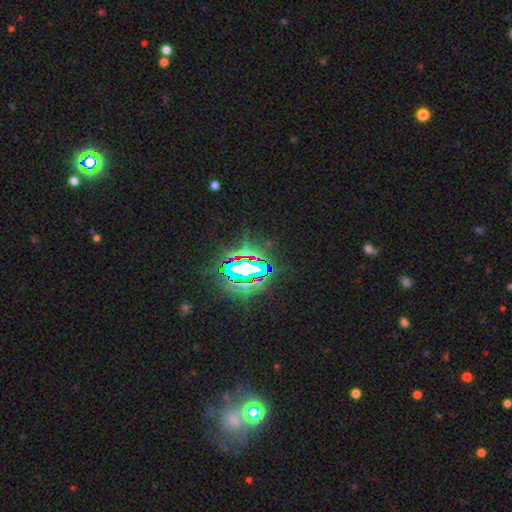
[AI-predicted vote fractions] A star or artifact, not a galaxy (82%).